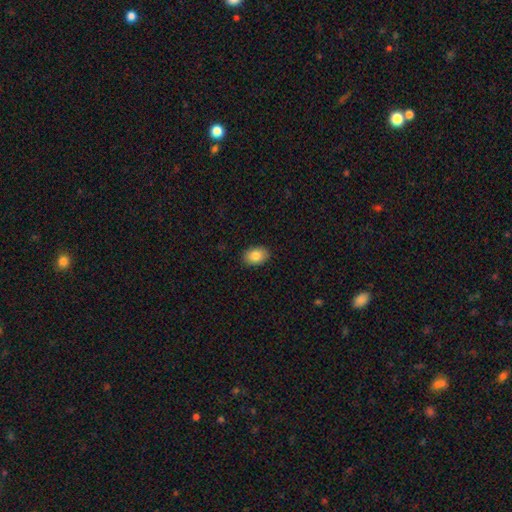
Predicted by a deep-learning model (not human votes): Smooth or featured?
  - smooth: 84% *
  - featured or disk: 8%
  - star or artifact: 8%
How rounded?
  - in between: 79% *
  - round: 20%
  - cigar-shaped: 1%
Merging?
  - none: 89% *
  - minor disturbance: 8%
  - major disturbance: 2%
  - merger: 1%